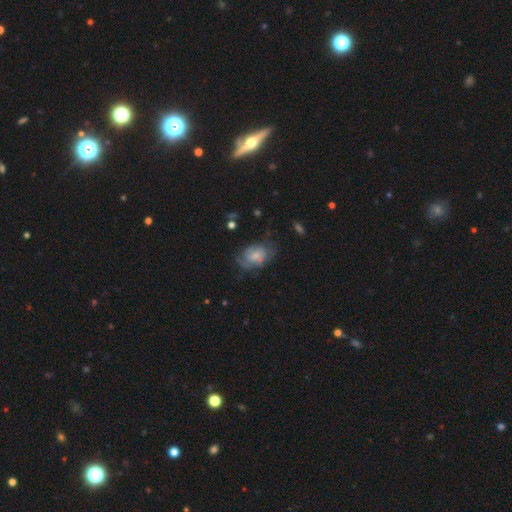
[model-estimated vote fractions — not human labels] Overall: featured or disk (48%; smooth 43%). Merging: none (49%; minor disturbance 29%).